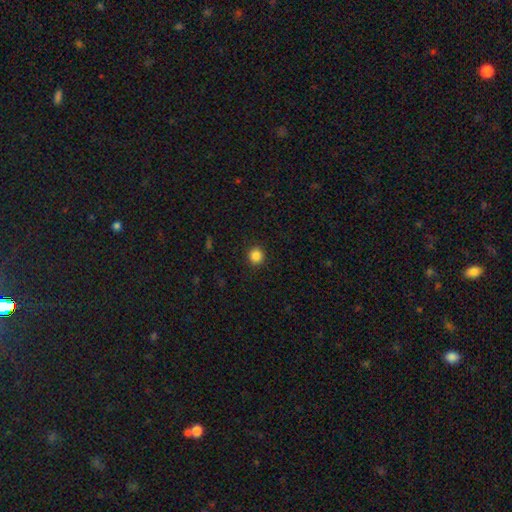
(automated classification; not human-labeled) Smooth or featured? Predicted: smooth (p=0.86). How rounded? Predicted: round (p=0.93). Merging? Predicted: none (p=0.91).